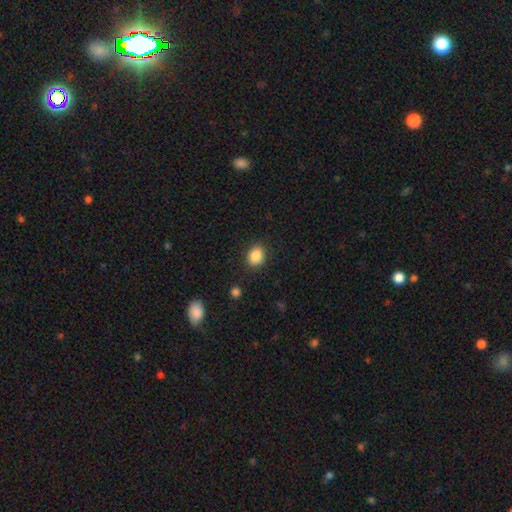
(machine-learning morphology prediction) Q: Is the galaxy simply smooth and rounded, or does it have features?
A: smooth — 87%.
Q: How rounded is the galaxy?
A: in between — 51%.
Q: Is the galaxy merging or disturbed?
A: none — 86%.